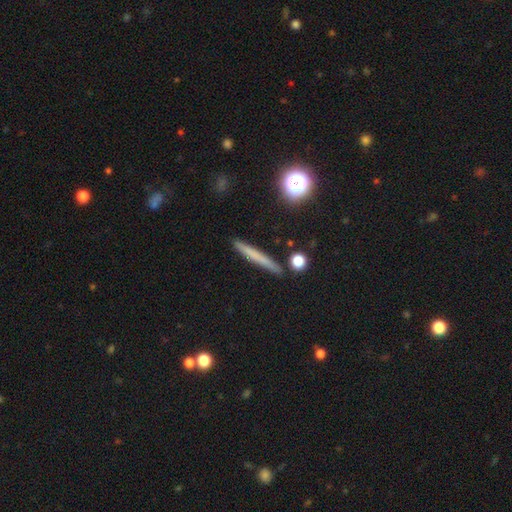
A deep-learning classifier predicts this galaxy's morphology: This is likely a smooth galaxy (62%). How rounded: clearly cigar-shaped (95%). Merging: clearly none (89%).